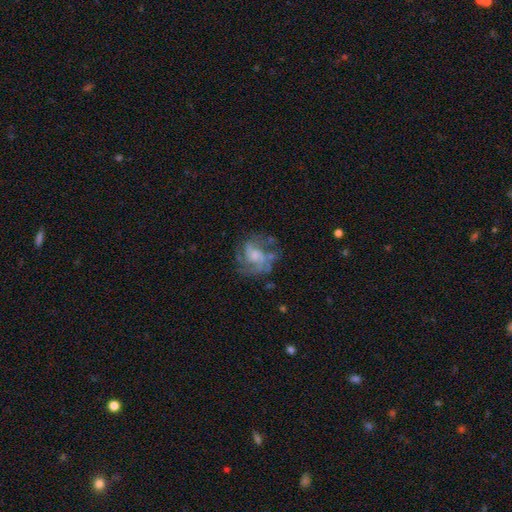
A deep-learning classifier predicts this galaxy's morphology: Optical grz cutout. It shows a featured or disk galaxy (77%) with no bar (65%), 2 (31%) medium (47%) spiral arms (87%) and a moderate central bulge (37%). Merging: none (57%).